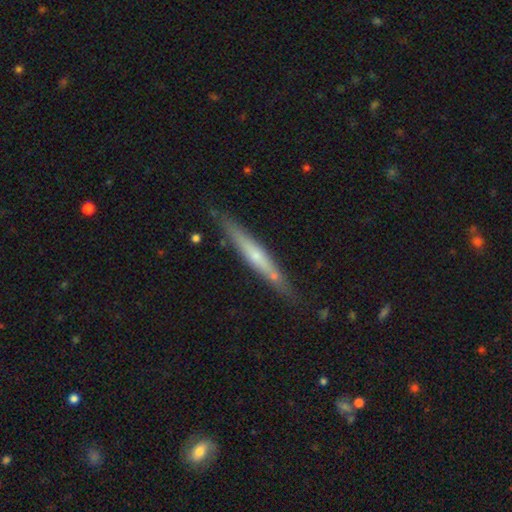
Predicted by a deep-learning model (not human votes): Smooth or featured? Predicted: featured or disk (p=0.51). Edge-on disk? Predicted: yes (p=0.91). Merging? Predicted: none (p=0.80).